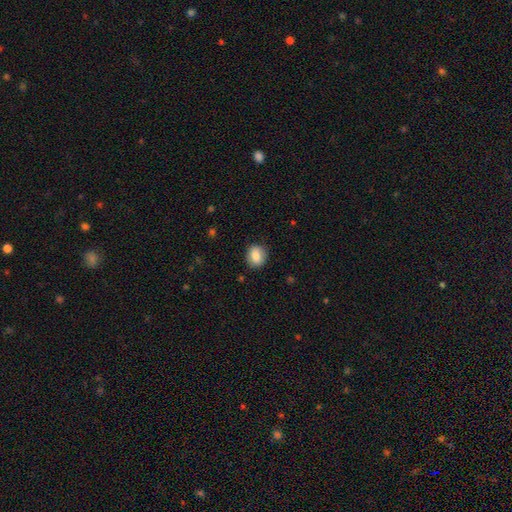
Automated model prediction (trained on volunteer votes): A smooth galaxy with no disk features (84%) that is round (64%).

Vote fractions:
- Smooth or featured? smooth: 84% / featured or disk: 9% / star or artifact: 8%
- How rounded? round: 64% / in between: 35% / cigar-shaped: 1%
- Merging? none: 87% / minor disturbance: 10% / major disturbance: 3% / merger: 1%